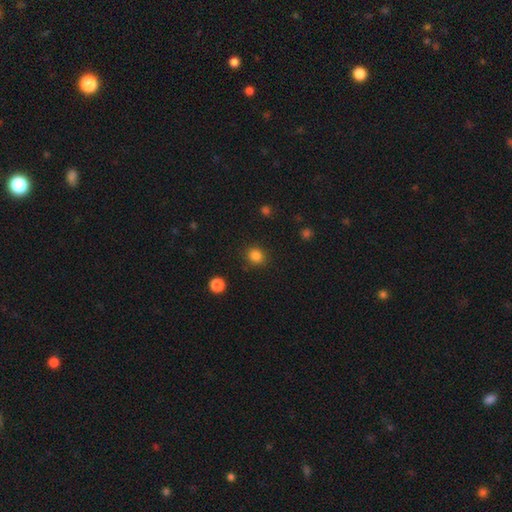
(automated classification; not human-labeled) This appears to be a smooth galaxy with no disk features (84%) that is round (81%). Merging: none (88%).